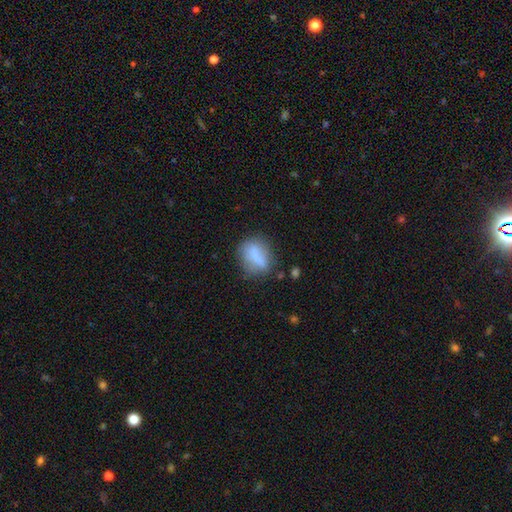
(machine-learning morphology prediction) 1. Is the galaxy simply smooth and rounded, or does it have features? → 73% smooth, 18% featured or disk, 9% star or artifact.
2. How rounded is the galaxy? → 64% in between, 30% round, 7% cigar-shaped.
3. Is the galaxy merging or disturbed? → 54% none, 26% minor disturbance, 12% major disturbance, 7% merger.